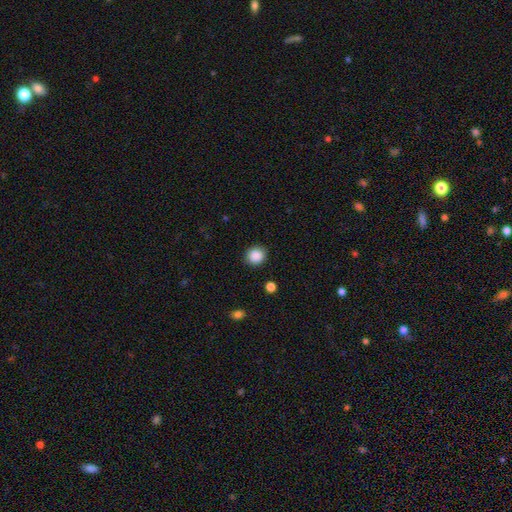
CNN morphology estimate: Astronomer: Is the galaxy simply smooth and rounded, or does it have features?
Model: smooth — 88%.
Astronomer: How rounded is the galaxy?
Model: round — 86%.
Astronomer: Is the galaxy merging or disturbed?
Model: none — 90%.